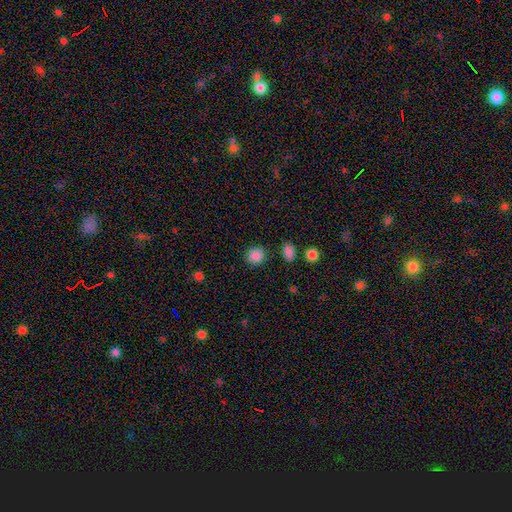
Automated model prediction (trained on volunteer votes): smooth_or_featured: smooth (p=0.87) [alt: star or artifact p=0.10]
how_rounded: round (p=0.86) [alt: in between p=0.14]
merging: none (p=0.86) [alt: minor disturbance p=0.08]